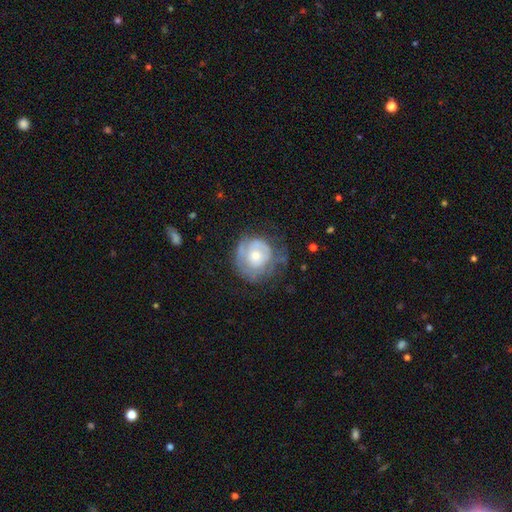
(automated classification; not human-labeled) A featured or disk galaxy (65%) with no bar (83%), spiral arms (65%) and a small central bulge (51%).

Vote fractions:
- Smooth or featured? featured or disk: 65% / smooth: 29% / star or artifact: 6%
- Edge-on disk? no: 97% / yes: 3%
- Bar? no: 83% / weak: 14% / strong: 3%
- Spiral arms? yes: 65% / no: 35%
- Bulge size? small: 51% / moderate: 44% / large: 3% / none: 1% / dominant: 1%
- Merging? none: 50% / minor disturbance: 27% / major disturbance: 20% / merger: 2%